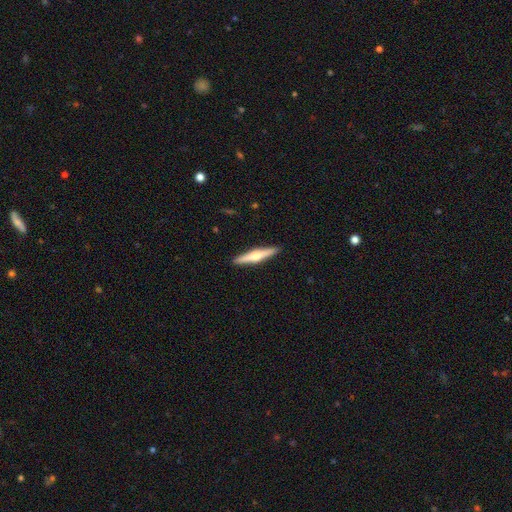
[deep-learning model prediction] The model was most divided on "smooth or featured": featured or disk: 61%, smooth: 34%, star or artifact: 5%. More confident: edge-on disk — yes (97%); merging — none (92%); edge-on bulge — rounded (91%).